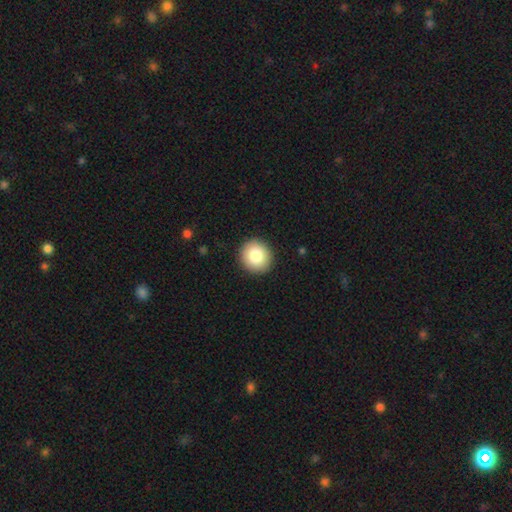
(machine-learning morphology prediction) smooth-or-featured: smooth: 84% | star or artifact: 8% | featured or disk: 8%
  how-rounded: round: 91% | in between: 8% | cigar-shaped: 1%
  merging: none: 92% | minor disturbance: 5% | major disturbance: 2% | merger: 1%